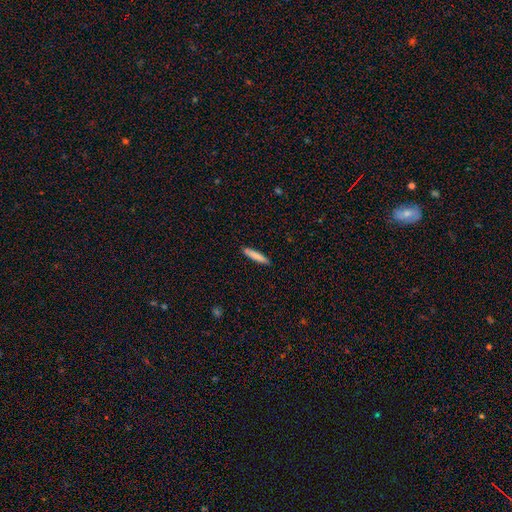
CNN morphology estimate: smooth-or-featured: smooth: 83% | featured or disk: 11% | star or artifact: 6%
  how-rounded: cigar-shaped: 90% | in between: 8% | round: 1%
  merging: none: 88% | minor disturbance: 9% | major disturbance: 2% | merger: 2%